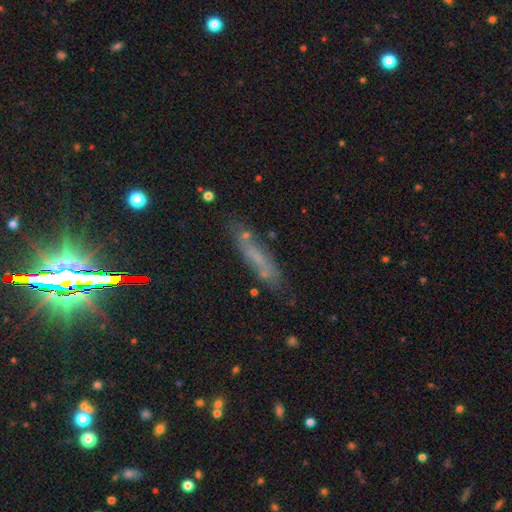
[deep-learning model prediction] This is marginally a featured or disk galaxy (38%). Merging: likely none (68%).